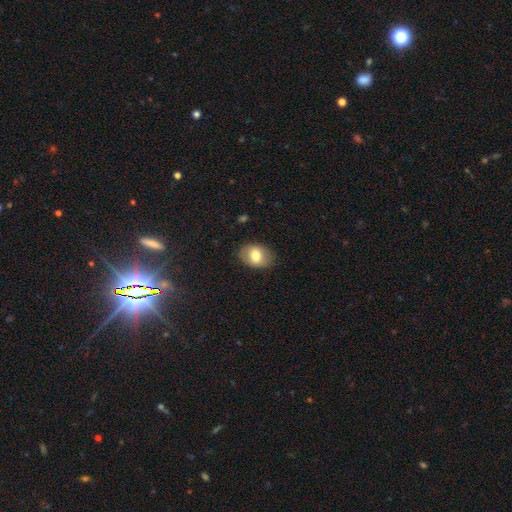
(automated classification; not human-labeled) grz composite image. It shows a smooth galaxy with no disk features (73%) that is in between round and cigar-shaped (75%). Merging: none (84%).